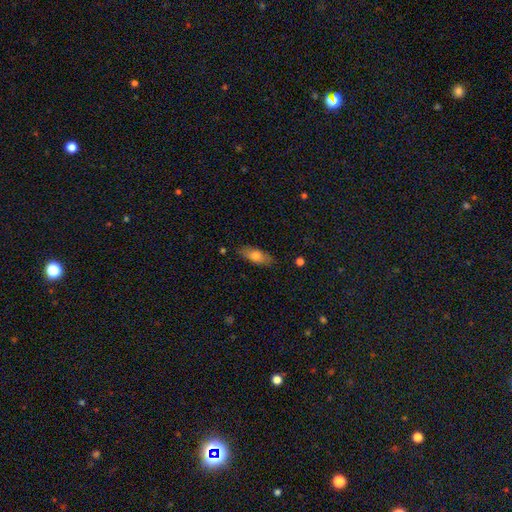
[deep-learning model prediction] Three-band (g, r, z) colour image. It shows a smooth galaxy with no disk features (73%) that is in between round and cigar-shaped (75%). Merging: none (81%).